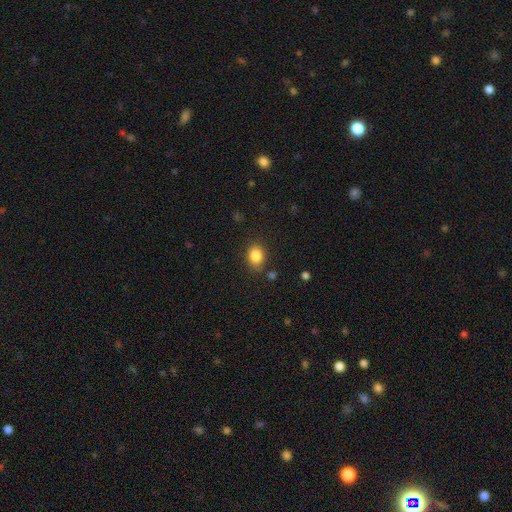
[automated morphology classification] smooth-or-featured: smooth: 85% | star or artifact: 10% | featured or disk: 6%
  how-rounded: in between: 59% | round: 40% | cigar-shaped: 1%
  merging: none: 81% | minor disturbance: 13% | major disturbance: 3% | merger: 3%